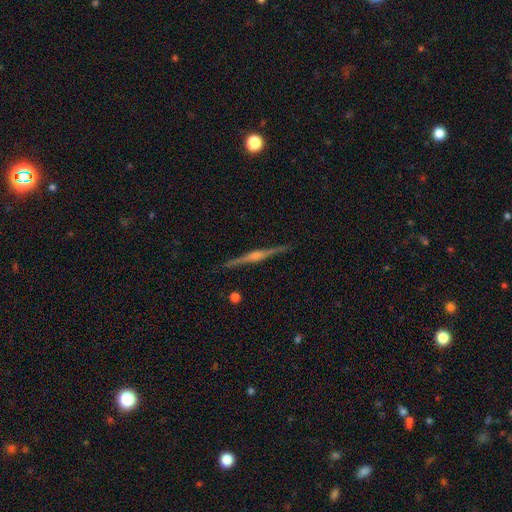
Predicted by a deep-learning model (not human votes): Morphology: type=featured or disk (85%); edge-on=yes (99%); edge-on bulge=rounded (79%); merging=none (92%).